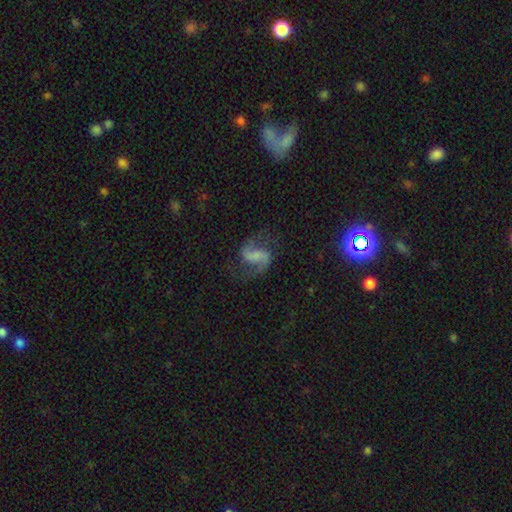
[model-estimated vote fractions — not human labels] This appears to be a featured or disk galaxy (83%) with a weak bar (44%), 2 (92%) loose (53%) spiral arms (96%) and no central bulge (57%). Merging: none (71%).